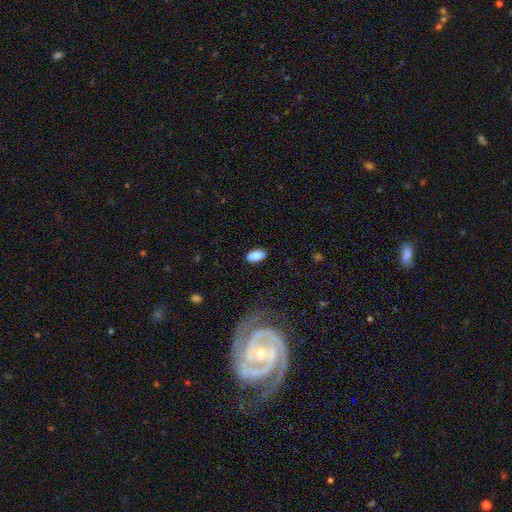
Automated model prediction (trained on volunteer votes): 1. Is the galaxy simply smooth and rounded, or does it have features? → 87% smooth, 7% star or artifact, 6% featured or disk.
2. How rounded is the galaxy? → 82% in between, 15% cigar-shaped, 2% round.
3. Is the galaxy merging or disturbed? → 85% none, 11% minor disturbance, 2% major disturbance, 2% merger.